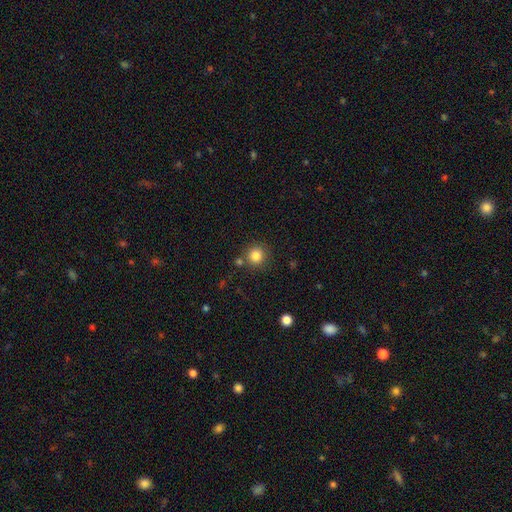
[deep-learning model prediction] Smooth or featured: smooth — 83% (star or artifact — 11%)
How rounded: round — 93% (in between — 6%)
Merging: none — 79% (merger — 9%)